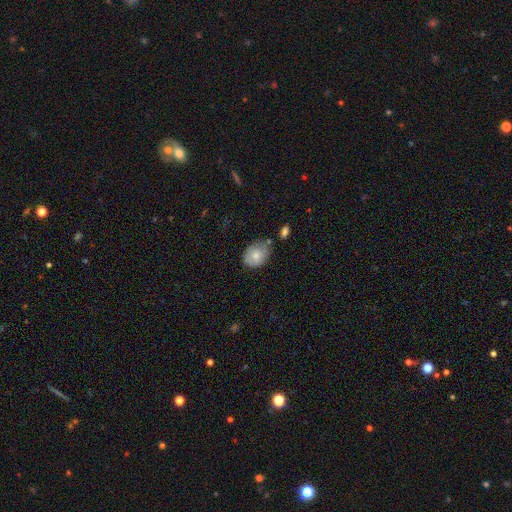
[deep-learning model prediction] Q: Smooth or featured?
A: smooth (73%); runner-up: featured or disk (20%)
Q: How rounded?
A: in between (63%); runner-up: round (36%)
Q: Merging?
A: none (61%); runner-up: minor disturbance (27%)